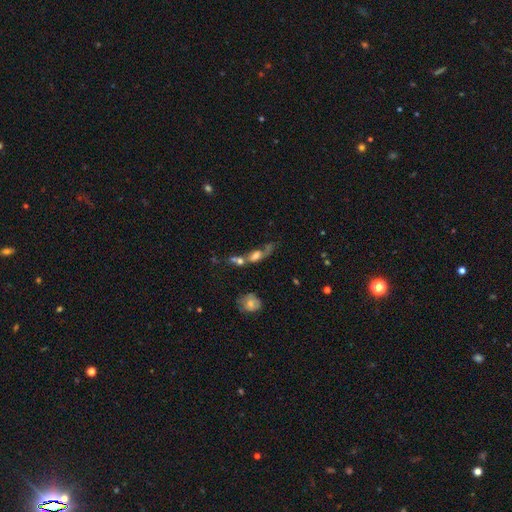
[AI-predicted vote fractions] smooth_or_featured: smooth (p=0.47) [alt: featured or disk p=0.40]
merging: merger (p=0.40) [alt: none p=0.23]